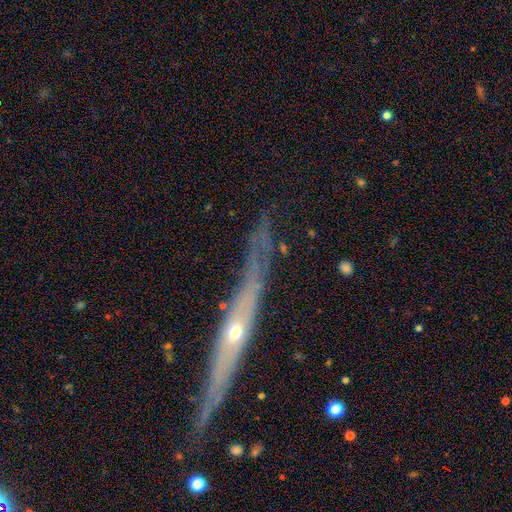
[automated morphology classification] This is likely a featured or disk galaxy (78%). It is clearly viewed edge-on (90%). Edge-on bulge: likely rounded (71%). Merging: clearly none (80%).